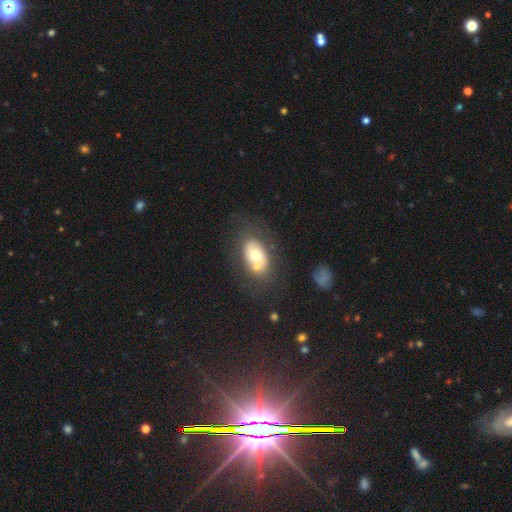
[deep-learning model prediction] Q: Smooth or featured?
A: smooth (57%); runner-up: featured or disk (35%)
Q: How rounded?
A: in between (87%); runner-up: round (11%)
Q: Merging?
A: none (63%); runner-up: minor disturbance (17%)